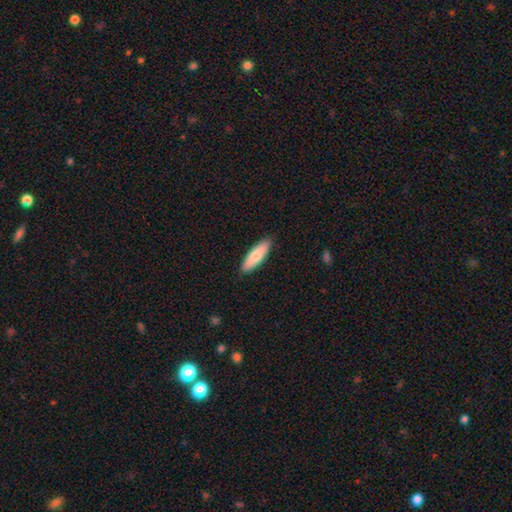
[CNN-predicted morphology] smooth 78%, featured or disk 17%, star or artifact 5%. Down the decision tree: how rounded — cigar-shaped (49%, tied with in between); merging — none (89%).